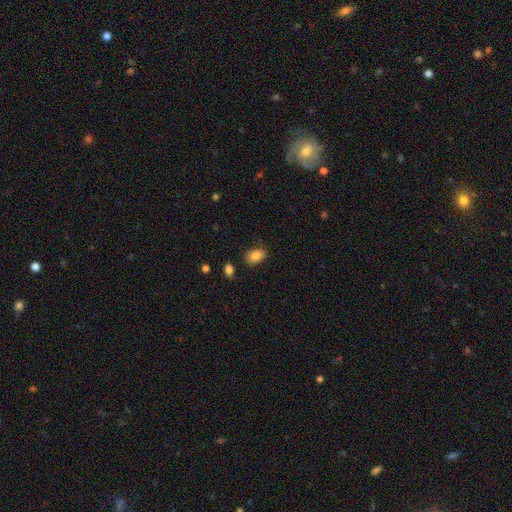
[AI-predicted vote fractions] This is clearly a smooth galaxy (85%). How rounded: clearly in between (87%). Merging: clearly none (80%).